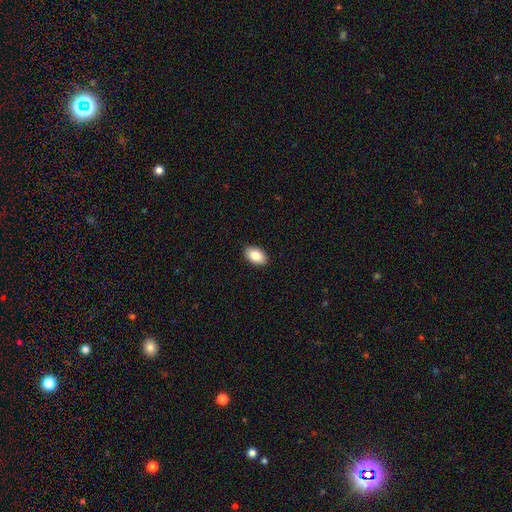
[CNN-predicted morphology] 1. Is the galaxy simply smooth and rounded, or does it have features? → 86% smooth, 7% star or artifact, 7% featured or disk.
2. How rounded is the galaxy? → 93% in between, 6% round, 1% cigar-shaped.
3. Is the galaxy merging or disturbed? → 90% none, 7% minor disturbance, 2% major disturbance, 1% merger.